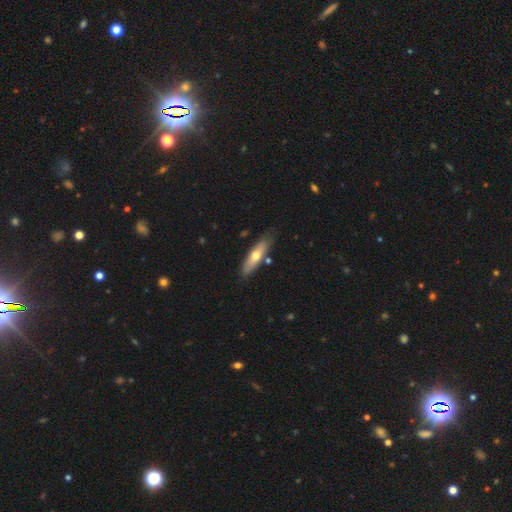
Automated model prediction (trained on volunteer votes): smooth-or-featured: smooth: 56% | featured or disk: 38% | star or artifact: 5%
  how-rounded: cigar-shaped: 58% | in between: 40% | round: 2%
  merging: none: 78% | minor disturbance: 15% | merger: 5% | major disturbance: 3%